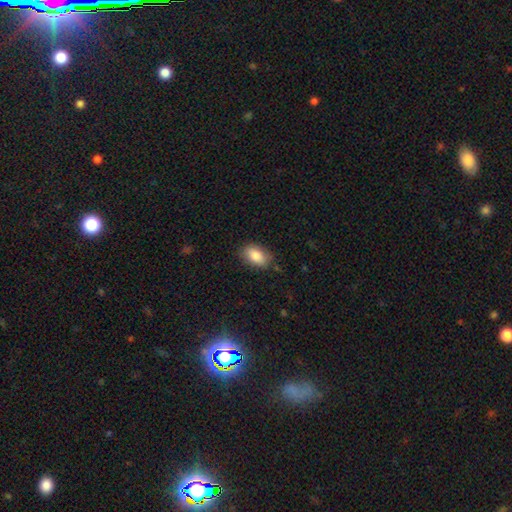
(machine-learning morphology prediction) A smooth galaxy with no disk features (85%) that is in between round and cigar-shaped (90%).

Vote fractions:
- Smooth or featured? smooth: 85% / featured or disk: 8% / star or artifact: 7%
- How rounded? in between: 90% / round: 7% / cigar-shaped: 2%
- Merging? none: 81% / minor disturbance: 14% / major disturbance: 3% / merger: 1%